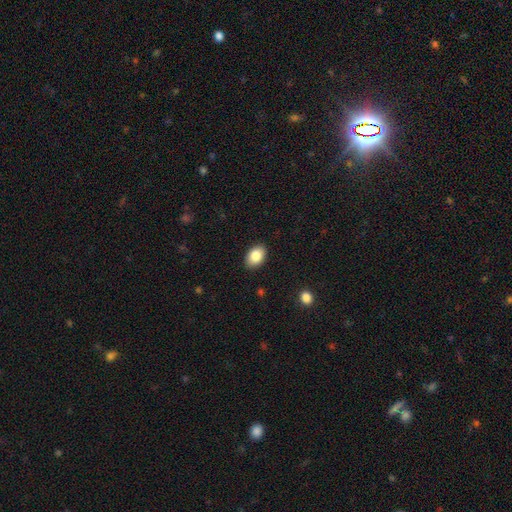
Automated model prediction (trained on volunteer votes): Smooth or featured? Predicted: smooth (p=0.86). How rounded? Predicted: in between (p=0.85). Merging? Predicted: none (p=0.89).